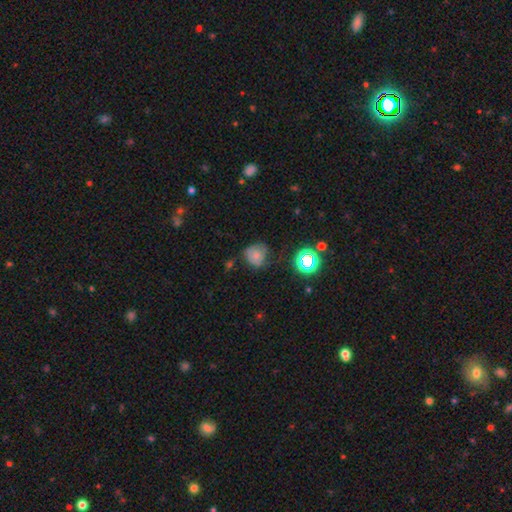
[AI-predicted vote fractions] This is likely a smooth galaxy (64%). How rounded: likely round (77%). Merging: possibly none (50%).